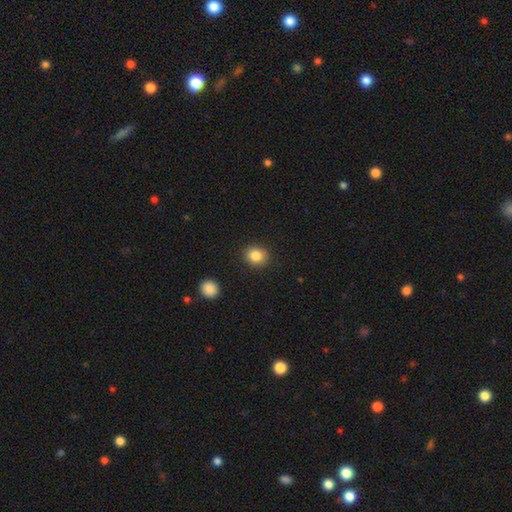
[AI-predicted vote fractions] smooth_or_featured: smooth (p=0.85) [alt: star or artifact p=0.10]
how_rounded: round (p=0.73) [alt: in between p=0.26]
merging: none (p=0.90) [alt: minor disturbance p=0.07]